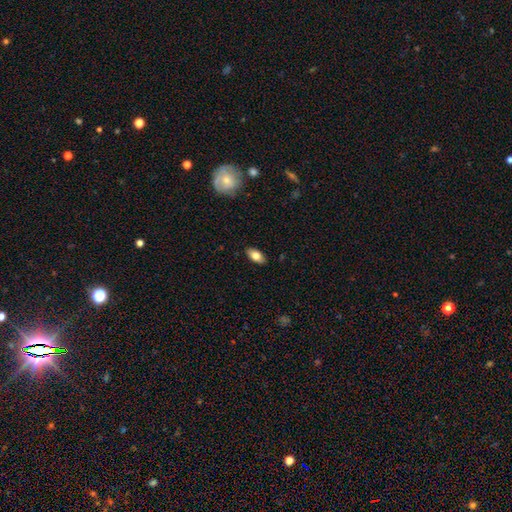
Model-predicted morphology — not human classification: smooth_or_featured: smooth (p=0.79) [alt: featured or disk p=0.14]
how_rounded: in between (p=0.91) [alt: cigar-shaped p=0.05]
merging: none (p=0.88) [alt: minor disturbance p=0.09]